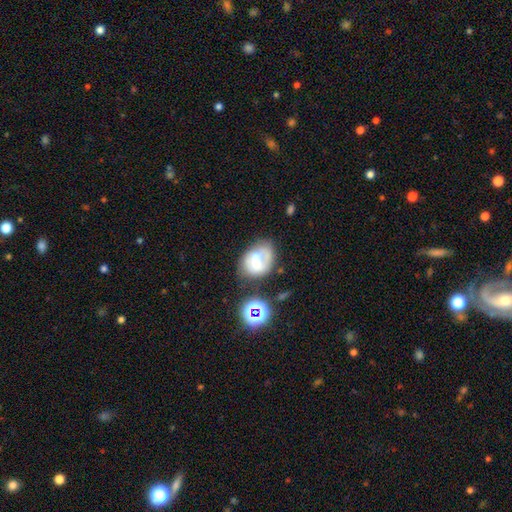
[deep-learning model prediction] Morphology: type=featured or disk (47%); merging=none (42%).